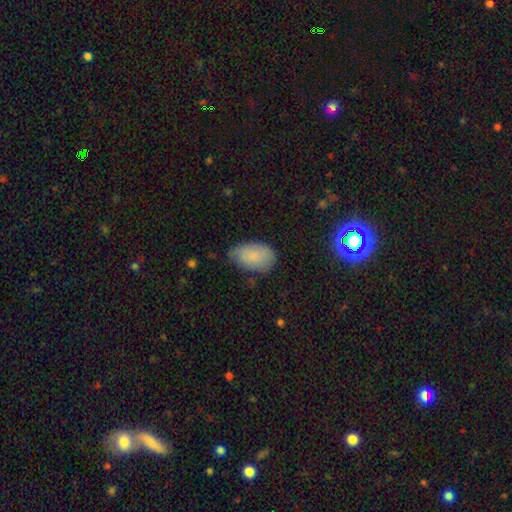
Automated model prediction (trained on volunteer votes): Smooth or featured?
  - smooth: 81% *
  - featured or disk: 12%
  - star or artifact: 8%
How rounded?
  - in between: 92% *
  - round: 6%
  - cigar-shaped: 1%
Merging?
  - none: 59% *
  - minor disturbance: 33%
  - major disturbance: 6%
  - merger: 2%